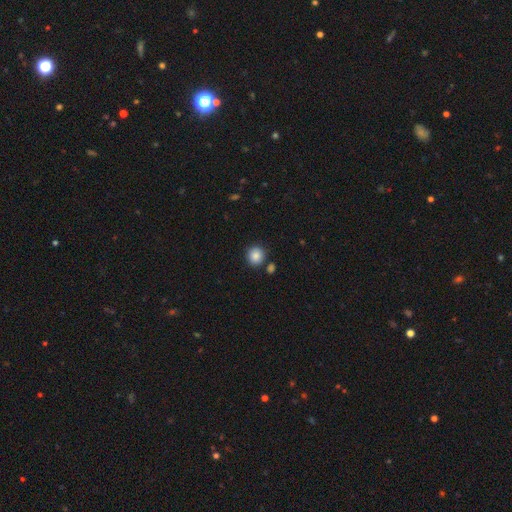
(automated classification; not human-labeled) Q: Smooth or featured?
A: smooth (86%); runner-up: star or artifact (9%)
Q: How rounded?
A: round (90%); runner-up: in between (9%)
Q: Merging?
A: none (82%); runner-up: minor disturbance (8%)